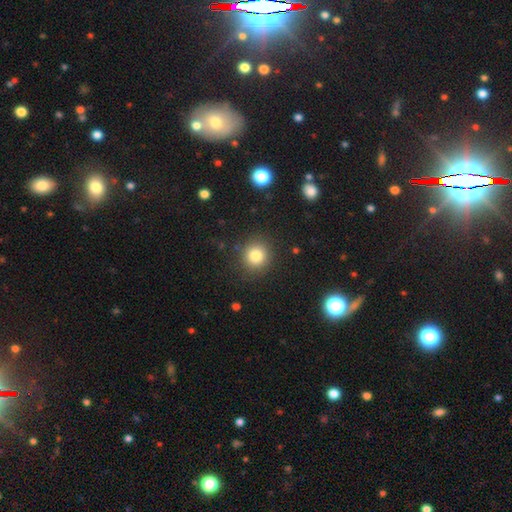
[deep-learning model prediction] Smooth or featured?
  - smooth: 82% *
  - star or artifact: 12%
  - featured or disk: 7%
How rounded?
  - round: 89% *
  - in between: 10%
  - cigar-shaped: 1%
Merging?
  - none: 88% *
  - minor disturbance: 7%
  - major disturbance: 3%
  - merger: 1%